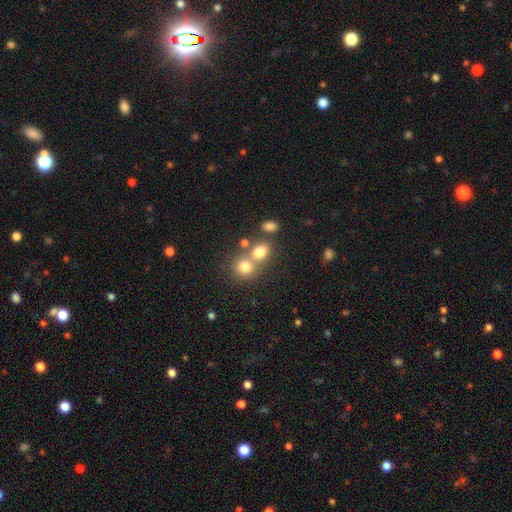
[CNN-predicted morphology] type=smooth (67%); roundness=round (78%); merging=merger (47%).